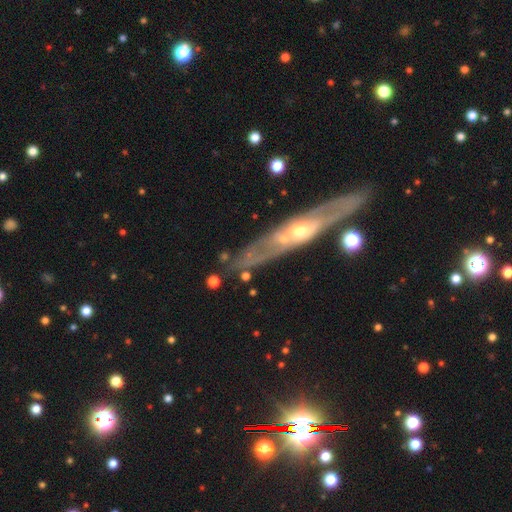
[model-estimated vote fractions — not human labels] featured or disk 78%, smooth 14%, star or artifact 8%. Down the decision tree: edge-on disk — yes (59%); merging — none (81%).